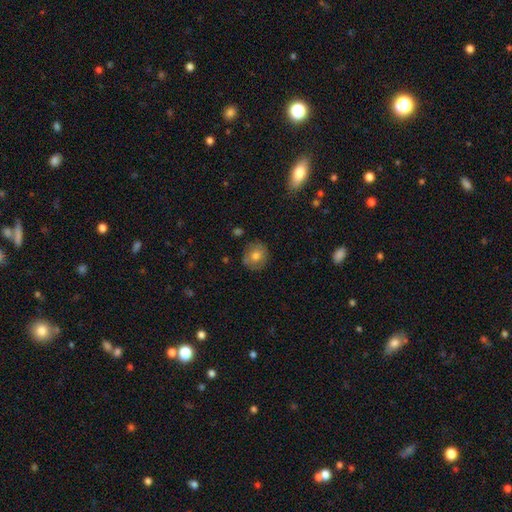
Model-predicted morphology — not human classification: type=smooth (72%); roundness=round (88%); merging=none (82%).